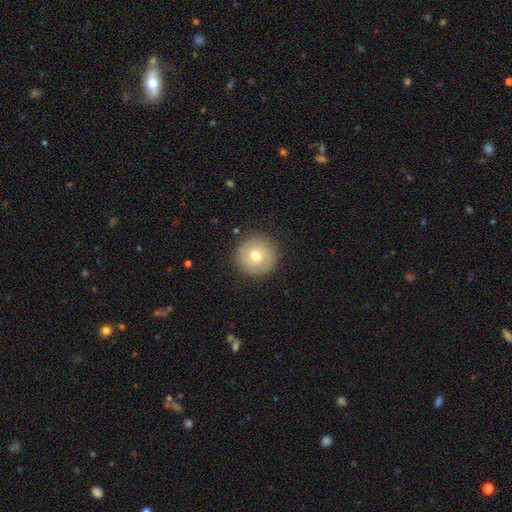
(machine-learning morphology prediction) smooth 72%, featured or disk 19%, star or artifact 9%. Down the decision tree: how rounded — round (96%); merging — none (90%).